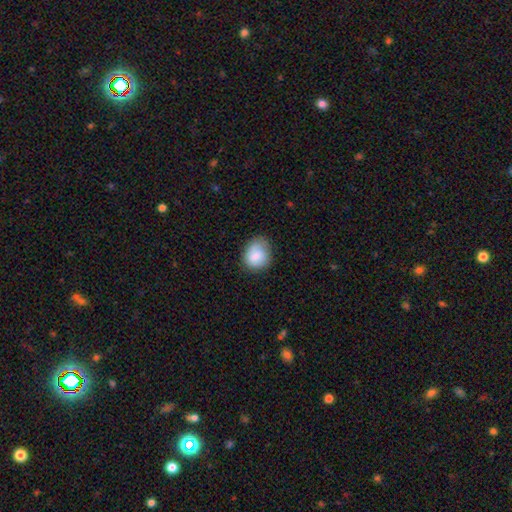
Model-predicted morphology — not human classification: Smooth or featured?
  - smooth: 84% *
  - featured or disk: 9%
  - star or artifact: 7%
How rounded?
  - round: 54% *
  - in between: 45%
  - cigar-shaped: 1%
Merging?
  - none: 63% *
  - minor disturbance: 28%
  - major disturbance: 8%
  - merger: 2%